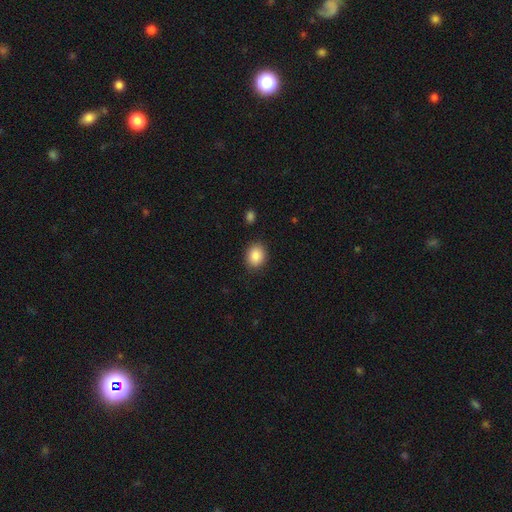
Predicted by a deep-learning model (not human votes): smooth_or_featured: smooth (p=0.86) [alt: star or artifact p=0.08]
how_rounded: round (p=0.58) [alt: in between p=0.41]
merging: none (p=0.87) [alt: minor disturbance p=0.09]